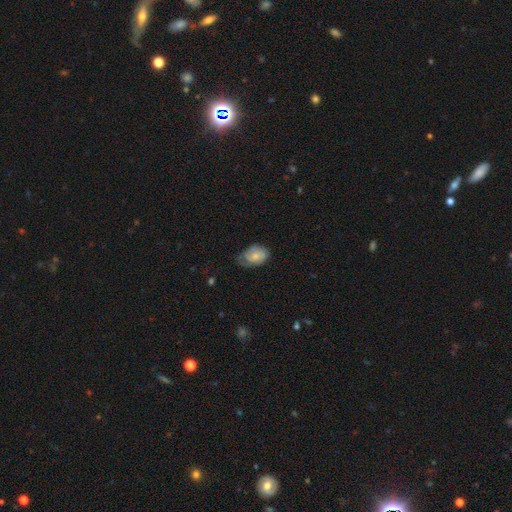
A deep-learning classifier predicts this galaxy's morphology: This is likely a smooth galaxy (65%). How rounded: clearly in between (81%). Merging: marginally none (45%).